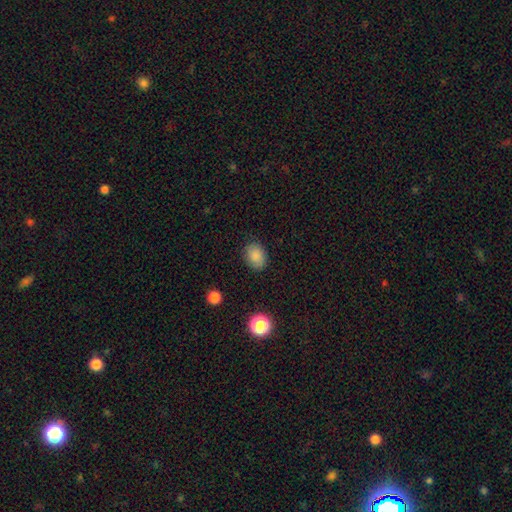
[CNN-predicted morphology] The model was most divided on "how rounded": in between: 64%, round: 35%, cigar-shaped: 1%. More confident: smooth or featured — smooth (86%); merging — none (83%).